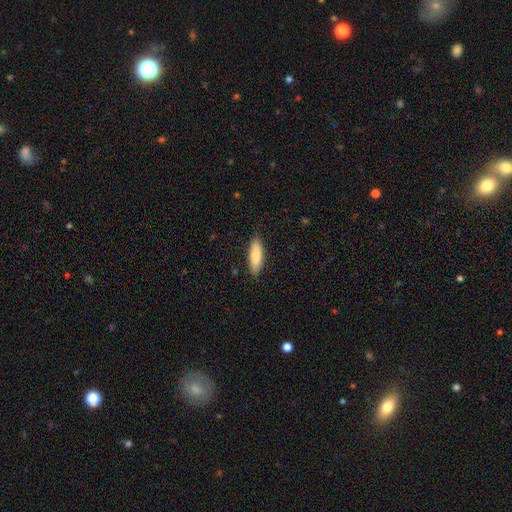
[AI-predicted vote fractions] Smooth or featured?
  - smooth: 82% *
  - featured or disk: 13%
  - star or artifact: 6%
How rounded?
  - cigar-shaped: 50% *
  - in between: 49%
  - round: 2%
Merging?
  - none: 86% *
  - minor disturbance: 11%
  - major disturbance: 2%
  - merger: 1%